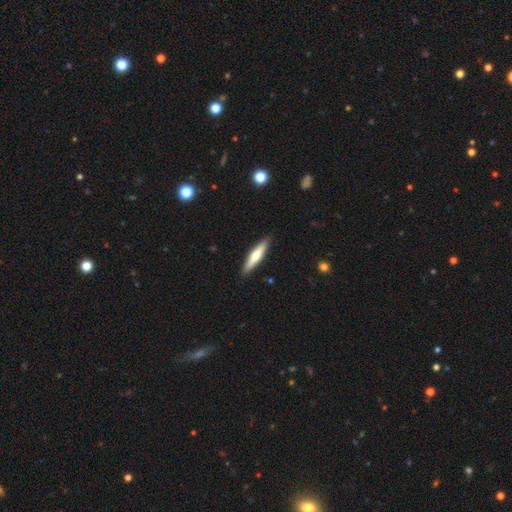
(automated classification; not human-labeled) Smooth or featured? smooth (54%)
How rounded? cigar-shaped (82%)
Merging? none (89%)